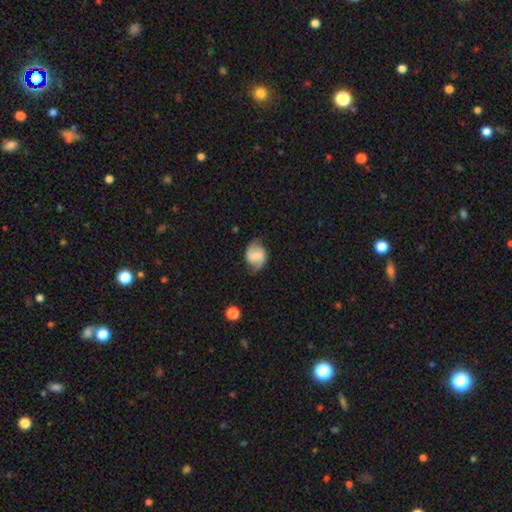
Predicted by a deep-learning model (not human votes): Morphology: type=featured or disk (57%); edge-on=no (97%); bar=weak (47%); spiral arms=yes (90%); bulge=small (41%); merging=none (70%).